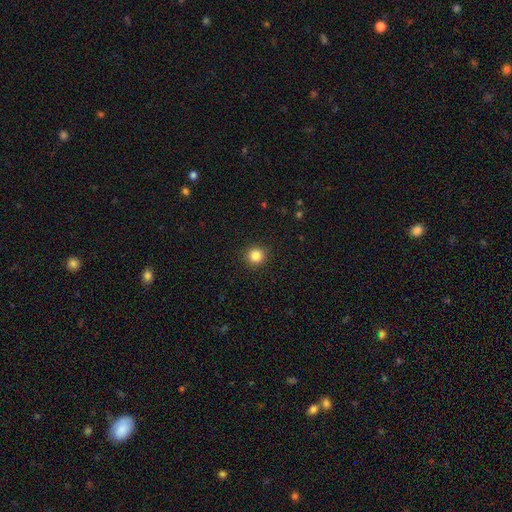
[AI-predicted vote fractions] smooth 85%, star or artifact 11%, featured or disk 4%. Down the decision tree: how rounded — round (94%); merging — none (93%).